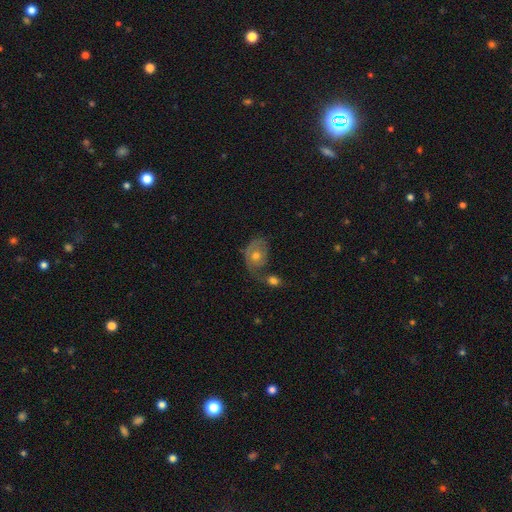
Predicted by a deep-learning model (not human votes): Overall: featured or disk (50%; smooth 42%). Edge-on disk: no (95%). Merging: merger (36%; none 30%).